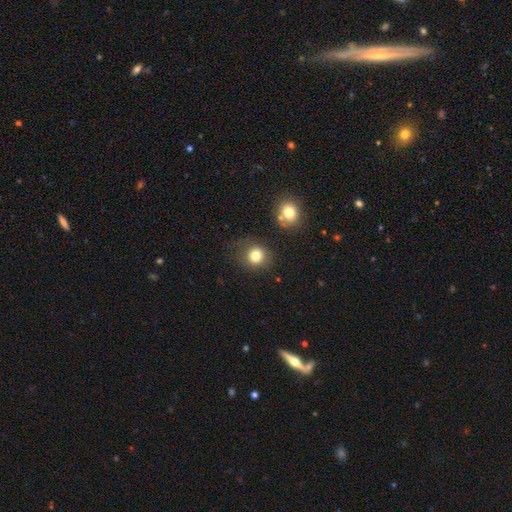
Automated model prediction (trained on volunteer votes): This is likely a smooth galaxy (79%). How rounded: clearly round (86%). Merging: likely none (77%).